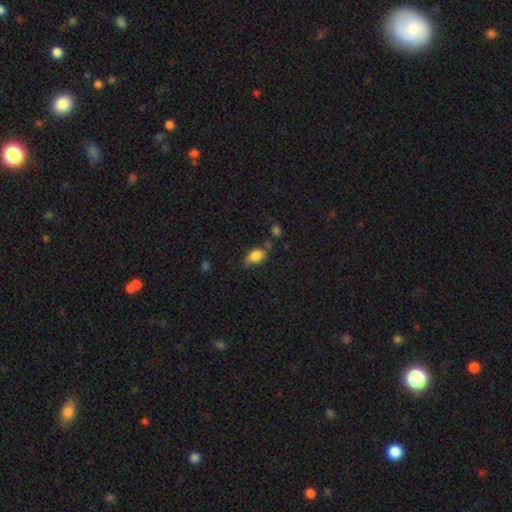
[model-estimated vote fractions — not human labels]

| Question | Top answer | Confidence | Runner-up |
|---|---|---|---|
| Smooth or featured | smooth | 76% | featured or disk (16%) |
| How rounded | in between | 84% | round (11%) |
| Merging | none | 54% | minor disturbance (30%) |